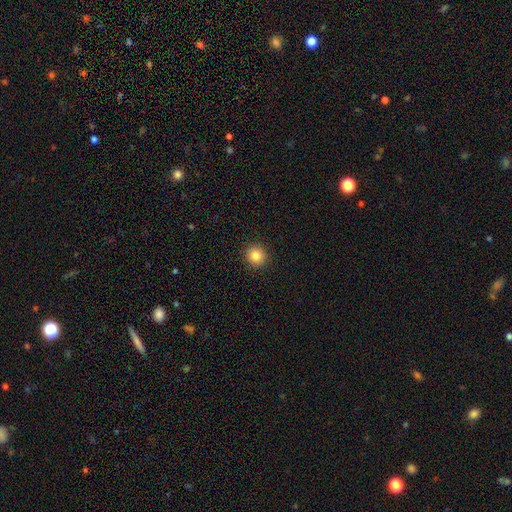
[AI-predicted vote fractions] Q: Smooth or featured?
A: smooth (84%); runner-up: star or artifact (10%)
Q: How rounded?
A: round (93%); runner-up: in between (6%)
Q: Merging?
A: none (93%); runner-up: minor disturbance (5%)